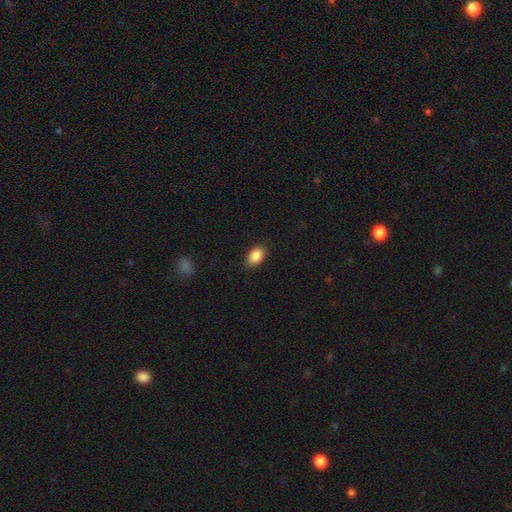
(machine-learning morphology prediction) Overall: smooth (88%). How rounded: in between (86%). Merging: none (82%).